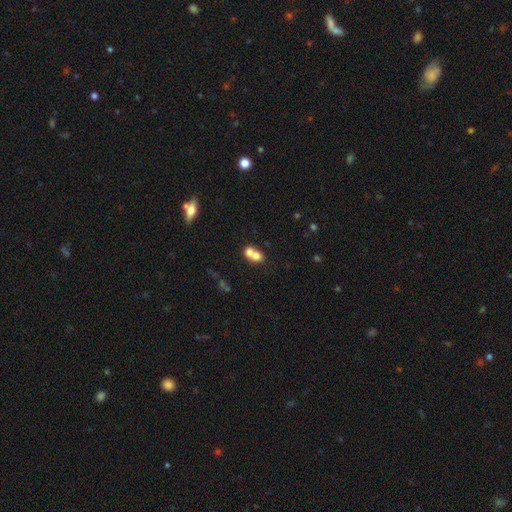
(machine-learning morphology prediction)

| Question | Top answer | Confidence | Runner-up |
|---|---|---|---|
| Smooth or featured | smooth | 68% | featured or disk (21%) |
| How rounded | round | 59% | in between (40%) |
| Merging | merger | 71% | none (21%) |